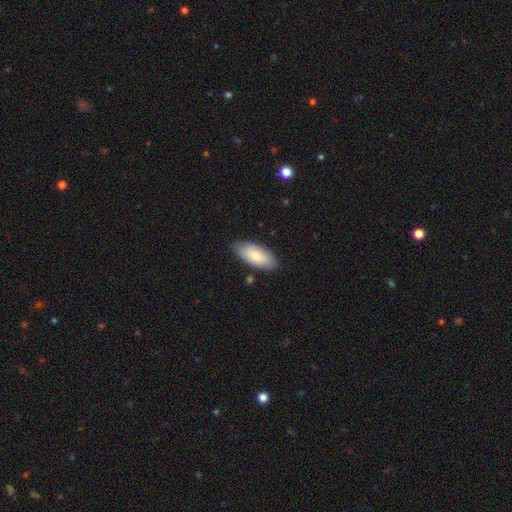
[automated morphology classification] Smooth or featured? smooth (80%)
How rounded? in between (89%)
Merging? none (84%)